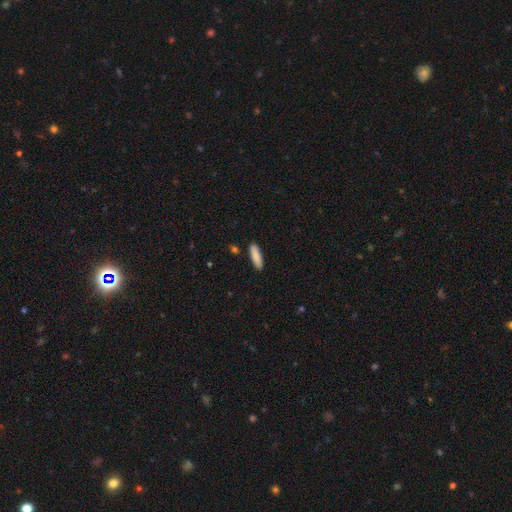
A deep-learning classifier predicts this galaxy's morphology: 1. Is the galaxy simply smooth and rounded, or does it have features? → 88% smooth, 6% featured or disk, 6% star or artifact.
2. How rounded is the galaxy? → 68% cigar-shaped, 31% in between, 1% round.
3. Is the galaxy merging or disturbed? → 89% none, 8% minor disturbance, 2% merger, 2% major disturbance.